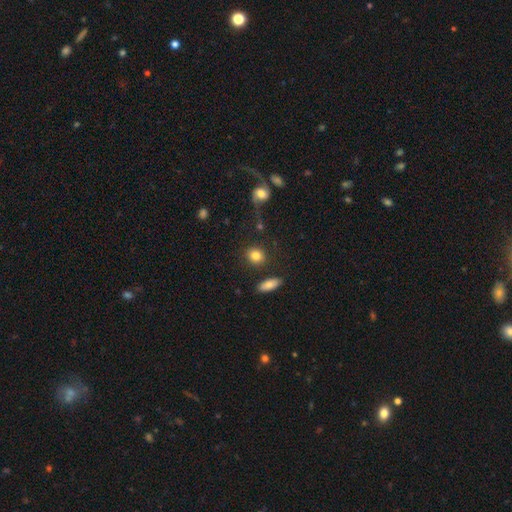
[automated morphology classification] Overall: smooth (84%). How rounded: round (68%; in between 30%). Merging: none (81%).